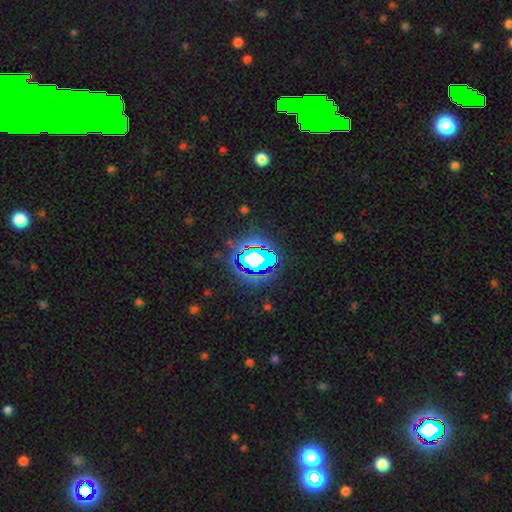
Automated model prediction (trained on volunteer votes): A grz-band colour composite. It shows a star or artifact, not a galaxy (74%).